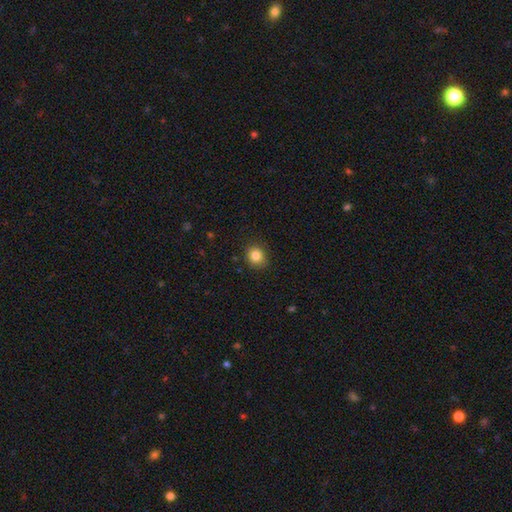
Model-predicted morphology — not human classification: Q: Smooth or featured?
A: smooth (84%); runner-up: star or artifact (11%)
Q: How rounded?
A: round (76%); runner-up: in between (23%)
Q: Merging?
A: none (85%); runner-up: minor disturbance (11%)